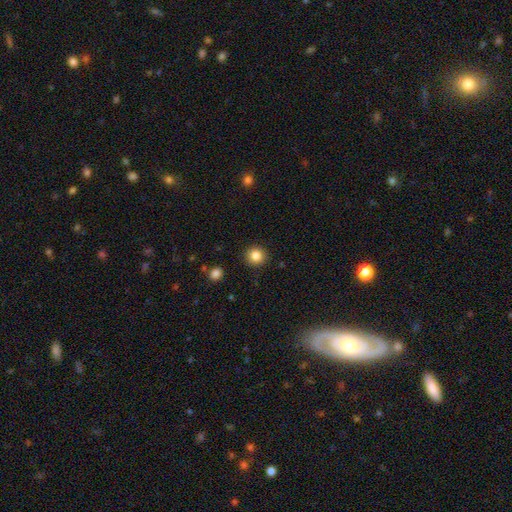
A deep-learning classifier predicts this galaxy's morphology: smooth-or-featured: smooth: 84% | star or artifact: 11% | featured or disk: 5%
  how-rounded: round: 93% | in between: 6% | cigar-shaped: 1%
  merging: none: 91% | minor disturbance: 6% | major disturbance: 2% | merger: 1%